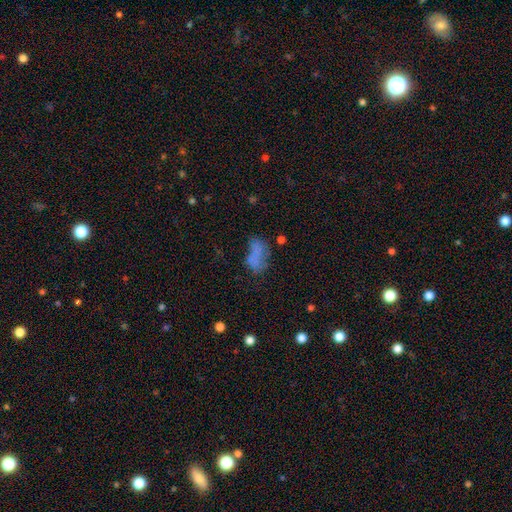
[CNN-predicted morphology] type=smooth (59%); roundness=in between (89%); merging=none (37%).